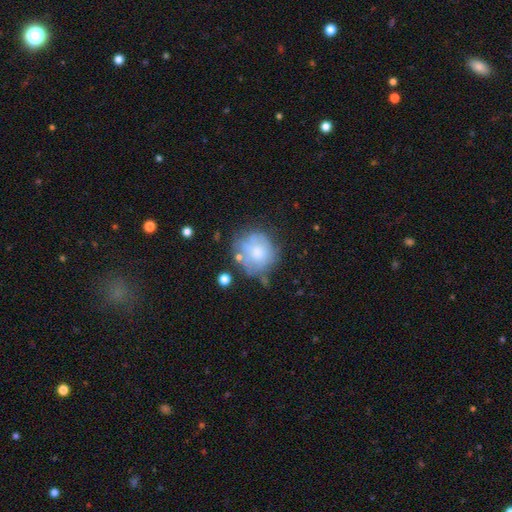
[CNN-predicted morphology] type=smooth (57%); roundness=round (86%); merging=none (56%).